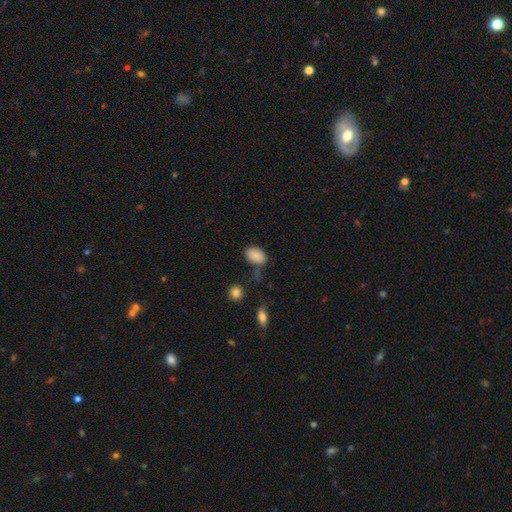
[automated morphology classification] Smooth or featured?
  - smooth: 87% *
  - star or artifact: 9%
  - featured or disk: 4%
How rounded?
  - in between: 89% *
  - round: 10%
  - cigar-shaped: 1%
Merging?
  - none: 64% *
  - minor disturbance: 22%
  - major disturbance: 7%
  - merger: 6%